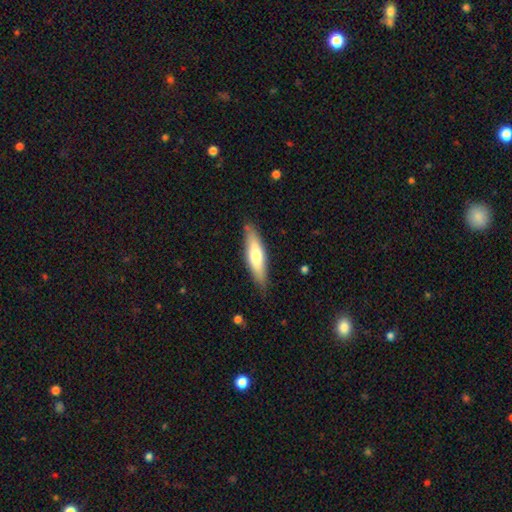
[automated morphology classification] Smooth or featured?
  - smooth: 60% *
  - featured or disk: 35%
  - star or artifact: 5%
How rounded?
  - cigar-shaped: 65% *
  - in between: 34%
  - round: 2%
Merging?
  - none: 83% *
  - minor disturbance: 13%
  - major disturbance: 2%
  - merger: 2%